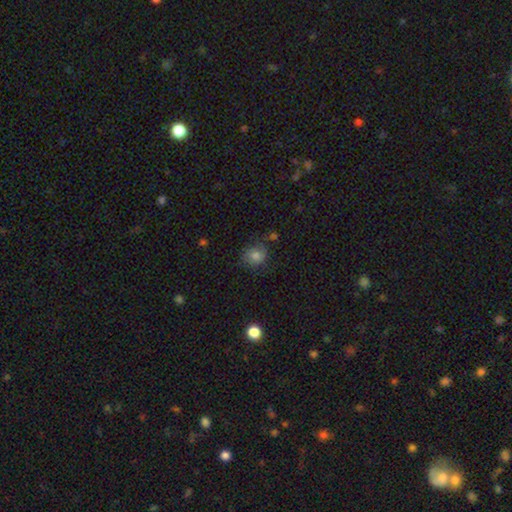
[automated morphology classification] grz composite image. It shows a smooth galaxy with no disk features (77%) that is round (79%). Merging: none (68%).